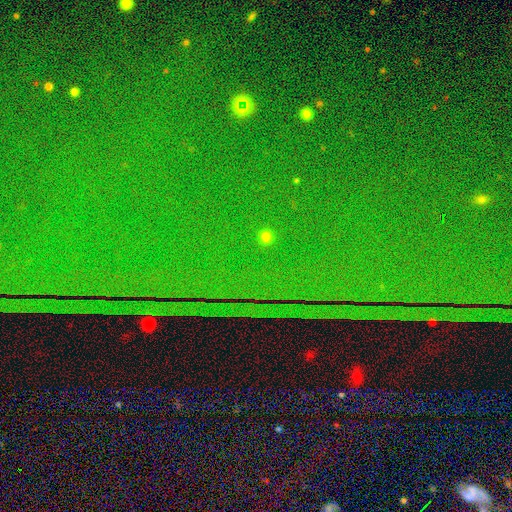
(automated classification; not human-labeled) This is clearly a star or artifact rather than a galaxy (88%).